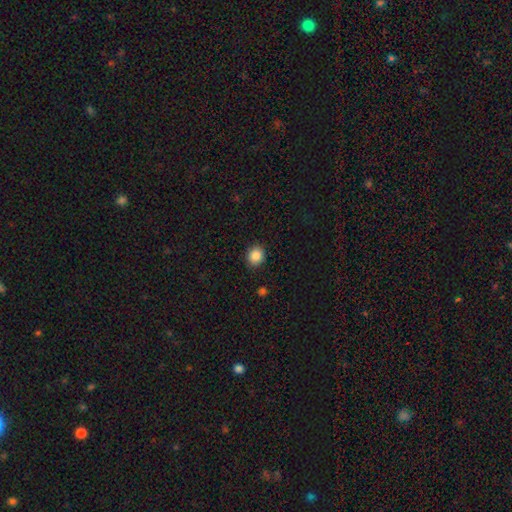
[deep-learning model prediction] smooth-or-featured: smooth: 87% | star or artifact: 10% | featured or disk: 4%
  how-rounded: round: 73% | in between: 26% | cigar-shaped: 1%
  merging: none: 89% | minor disturbance: 8% | major disturbance: 2% | merger: 1%